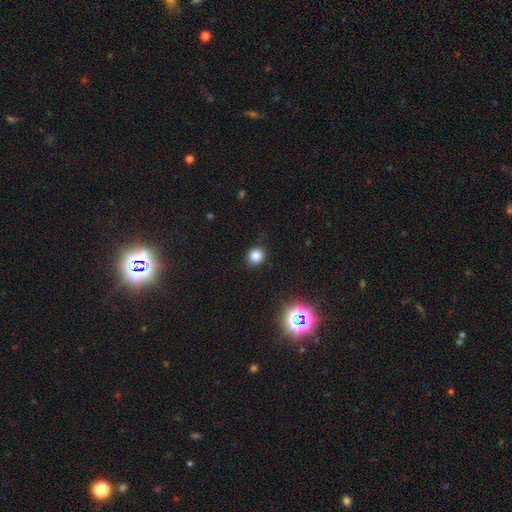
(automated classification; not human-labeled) smooth-or-featured: smooth: 81% | star or artifact: 14% | featured or disk: 5%
  how-rounded: round: 83% | in between: 16% | cigar-shaped: 1%
  merging: none: 90% | minor disturbance: 7% | major disturbance: 2% | merger: 1%